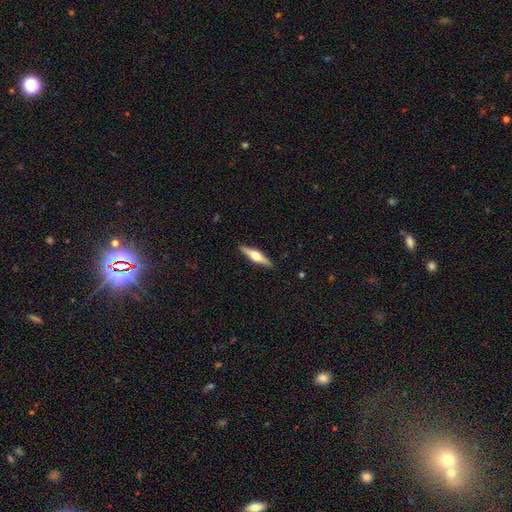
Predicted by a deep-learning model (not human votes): A featured or disk galaxy (66%) viewed edge-on (97%) with a rounded central bulge (92%).

Vote fractions:
- Smooth or featured? featured or disk: 66% / smooth: 28% / star or artifact: 5%
- Edge-on disk? yes: 97% / no: 3%
- Edge-on bulge? rounded: 92% / boxy: 6% / none: 2%
- Merging? none: 90% / minor disturbance: 7% / major disturbance: 2% / merger: 1%